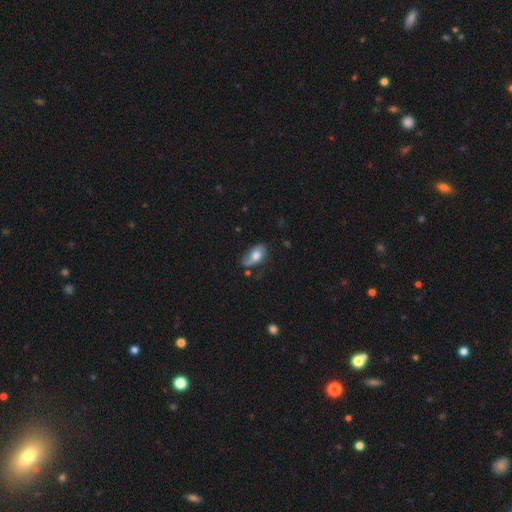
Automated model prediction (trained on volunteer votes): smooth-or-featured: smooth: 55% | featured or disk: 37% | star or artifact: 8%
  how-rounded: in between: 88% | round: 8% | cigar-shaped: 4%
  merging: none: 48% | minor disturbance: 31% | major disturbance: 15% | merger: 6%